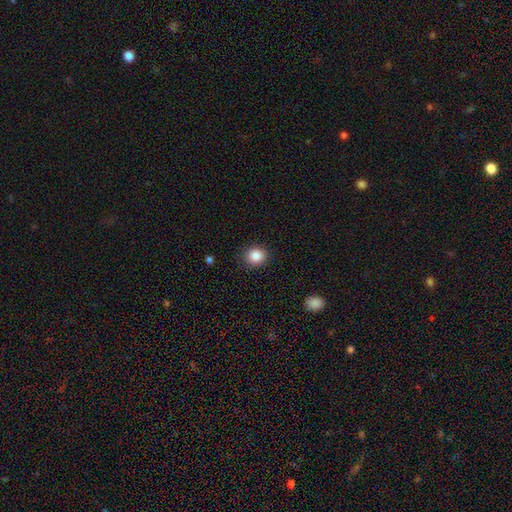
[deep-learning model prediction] smooth_or_featured: smooth (p=0.86) [alt: star or artifact p=0.10]
how_rounded: round (p=0.78) [alt: in between p=0.21]
merging: none (p=0.88) [alt: minor disturbance p=0.08]